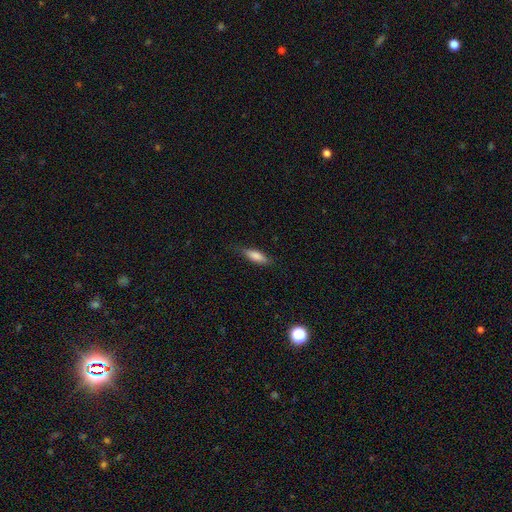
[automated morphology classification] smooth-or-featured: smooth: 80% | featured or disk: 13% | star or artifact: 6%
  how-rounded: in between: 58% | cigar-shaped: 40% | round: 2%
  merging: none: 77% | minor disturbance: 18% | major disturbance: 4% | merger: 1%